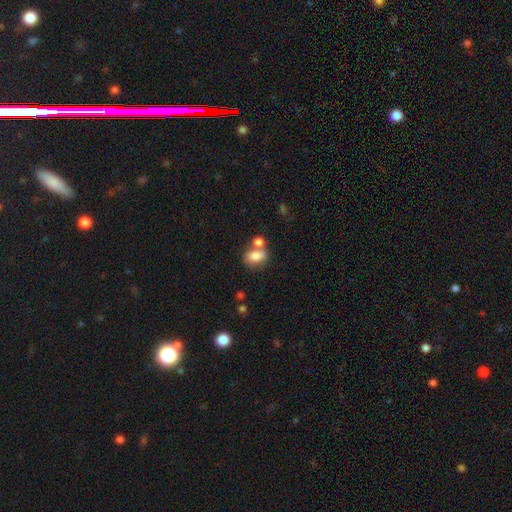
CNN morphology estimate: A smooth galaxy with no disk features (80%) that is in between round and cigar-shaped (79%).

Vote fractions:
- Smooth or featured? smooth: 80% / featured or disk: 12% / star or artifact: 8%
- How rounded? in between: 79% / round: 19% / cigar-shaped: 2%
- Merging? none: 41% (tied) / merger: 41% (tied) / minor disturbance: 12% / major disturbance: 5%